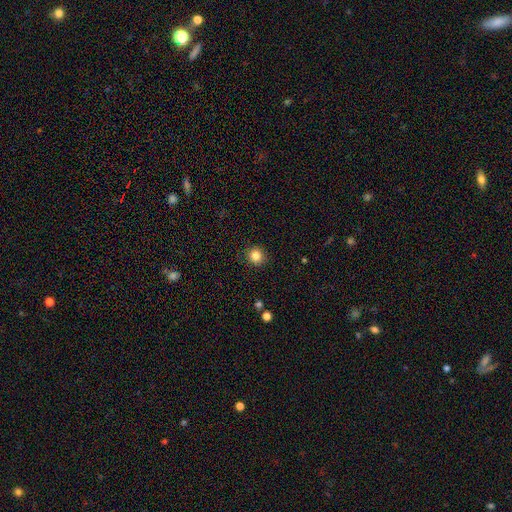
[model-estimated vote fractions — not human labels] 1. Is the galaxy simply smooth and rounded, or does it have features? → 84% smooth, 11% star or artifact, 5% featured or disk.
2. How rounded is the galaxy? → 92% round, 7% in between, 1% cigar-shaped.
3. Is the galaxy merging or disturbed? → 92% none, 5% minor disturbance, 2% major disturbance, 1% merger.